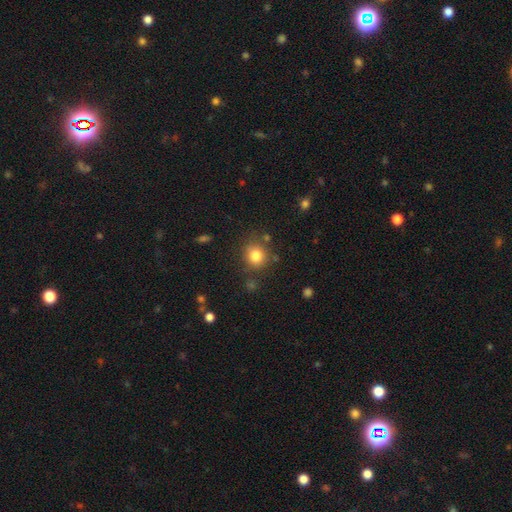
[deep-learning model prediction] Smooth or featured? Predicted: smooth (p=0.82). How rounded? Predicted: round (p=0.85). Merging? Predicted: none (p=0.81).